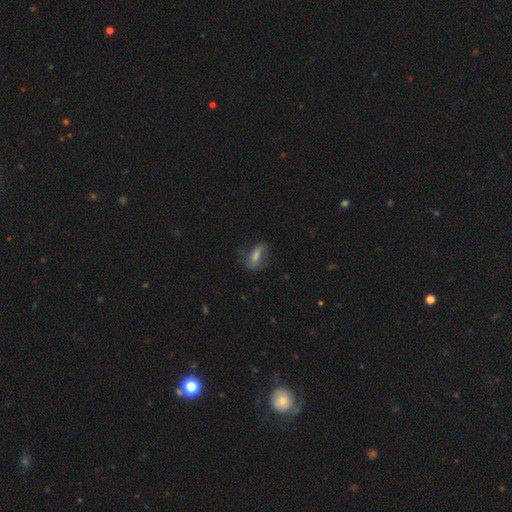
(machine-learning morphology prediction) This appears to be a smooth galaxy with no disk features (50%) that is in between round and cigar-shaped (60%). Merging: none (66%).